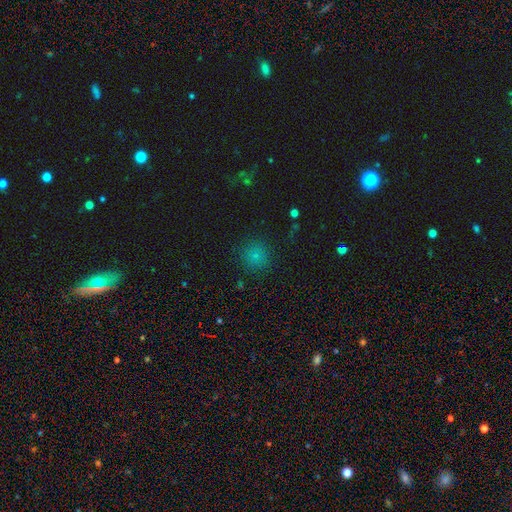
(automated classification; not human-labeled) Smooth or featured? smooth (74%)
How rounded? round (93%)
Merging? none (86%)